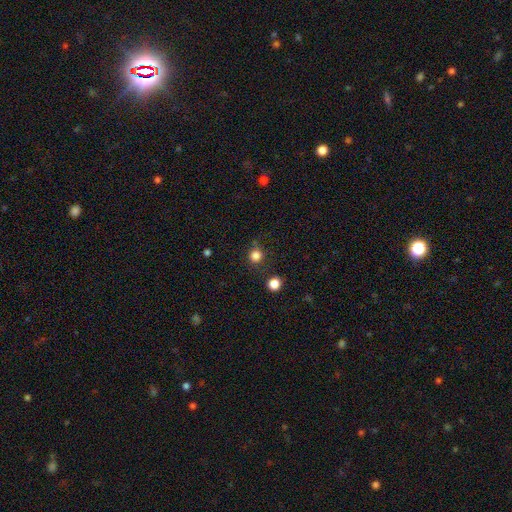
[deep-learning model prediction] The model was most divided on "smooth or featured": smooth: 83%, star or artifact: 14%, featured or disk: 4%. More confident: how rounded — round (91%); merging — none (83%).